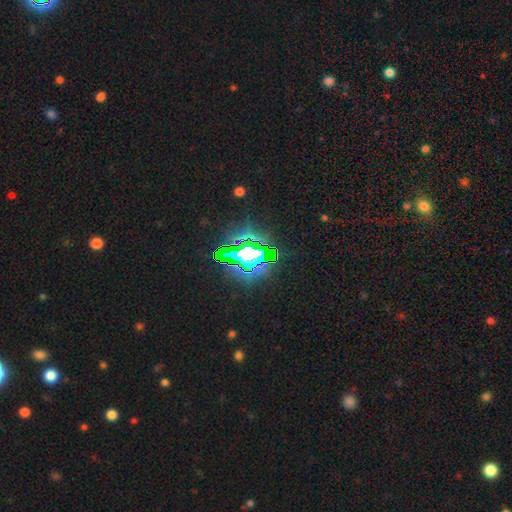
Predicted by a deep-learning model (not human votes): Morphology: type=star or artifact (75%).